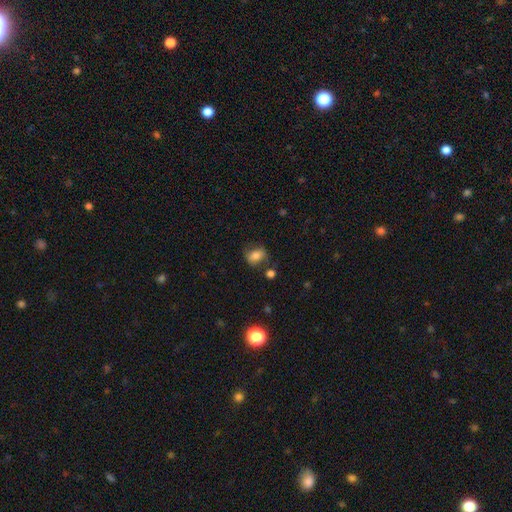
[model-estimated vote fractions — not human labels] smooth-or-featured: smooth: 72% | featured or disk: 18% | star or artifact: 10%
  how-rounded: in between: 63% | round: 35% | cigar-shaped: 2%
  merging: none: 63% | minor disturbance: 22% | major disturbance: 9% | merger: 6%